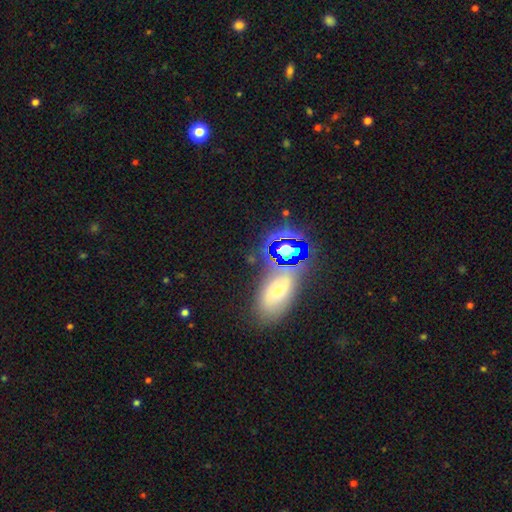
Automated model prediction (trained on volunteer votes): Smooth or featured? star or artifact (50%)